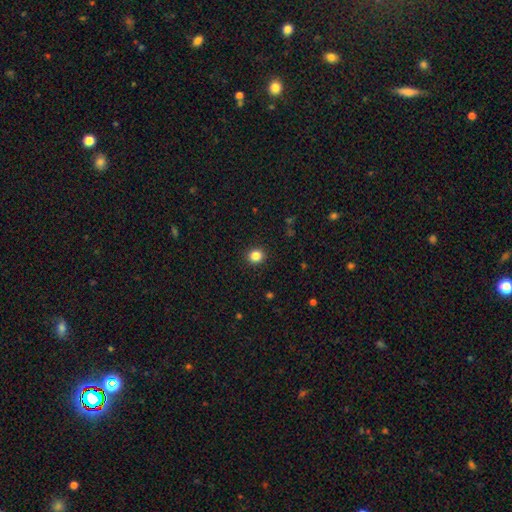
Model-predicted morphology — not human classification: Overall: smooth (85%). How rounded: round (85%). Merging: none (92%).